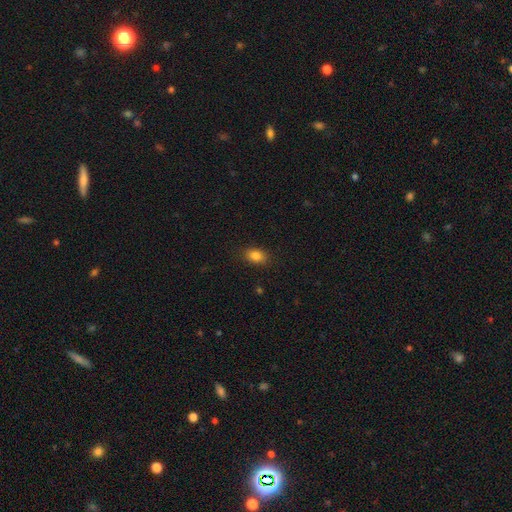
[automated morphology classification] Smooth or featured? smooth (84%)
How rounded? in between (83%)
Merging? none (87%)